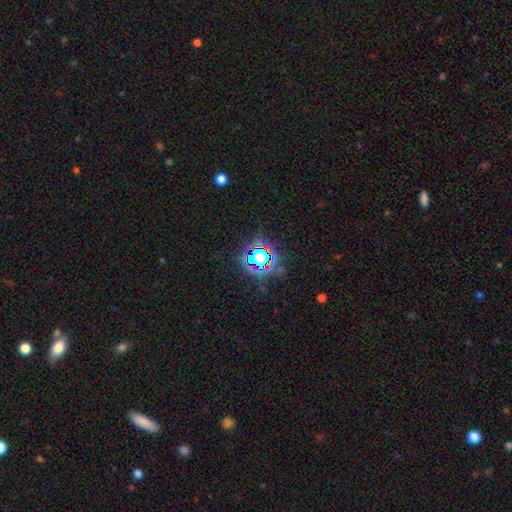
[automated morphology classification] Q: Smooth or featured?
A: star or artifact (70%); runner-up: smooth (19%)